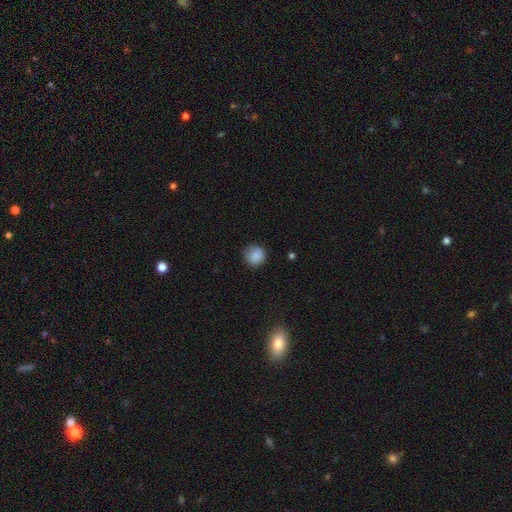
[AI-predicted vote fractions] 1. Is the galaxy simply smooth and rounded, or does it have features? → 86% smooth, 9% star or artifact, 5% featured or disk.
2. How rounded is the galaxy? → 90% round, 9% in between, 1% cigar-shaped.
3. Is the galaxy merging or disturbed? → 78% none, 17% minor disturbance, 4% major disturbance, 1% merger.